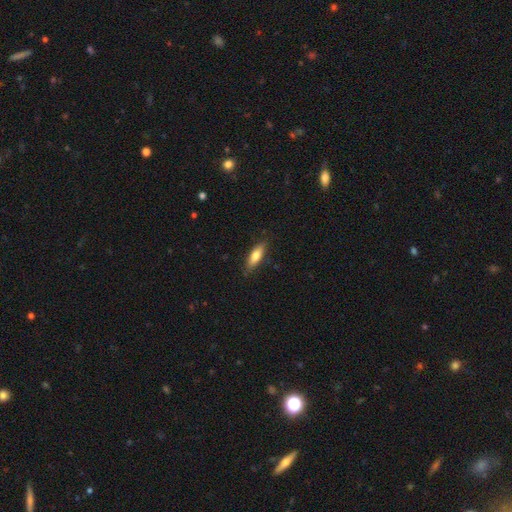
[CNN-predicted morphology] A smooth galaxy with no disk features (72%) that is in between round and cigar-shaped (50%). Merging: none (83%).